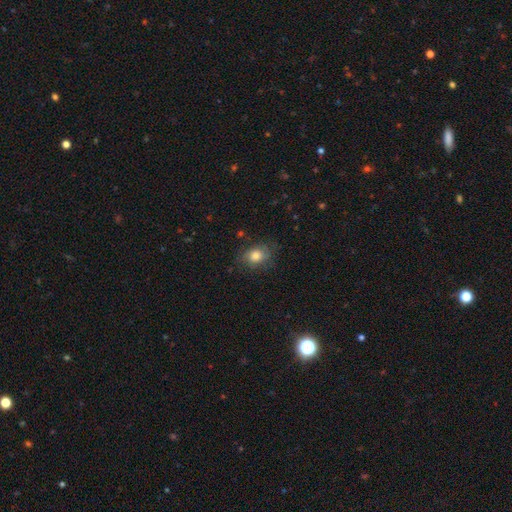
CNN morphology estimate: A smooth galaxy with no disk features (73%) that is in between round and cigar-shaped (56%). Merging: none (73%).